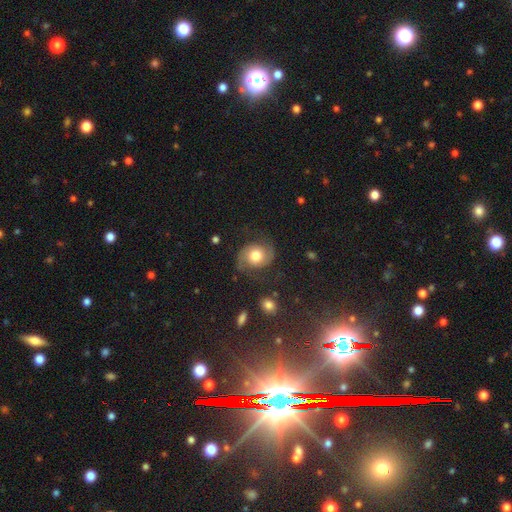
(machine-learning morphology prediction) Q: Smooth or featured?
A: featured or disk (75%); runner-up: smooth (18%)
Q: Edge-on disk?
A: no (98%); runner-up: yes (2%)
Q: Bar?
A: no (73%); runner-up: weak (22%)
Q: Spiral arms?
A: yes (93%); runner-up: no (7%)
Q: Spiral winding?
A: medium (52%); runner-up: tight (26%)
Q: Spiral arm count?
A: 2 (93%); runner-up: can't tell (3%)
Q: Bulge size?
A: moderate (57%); runner-up: large (33%)
Q: Merging?
A: none (74%); runner-up: minor disturbance (16%)